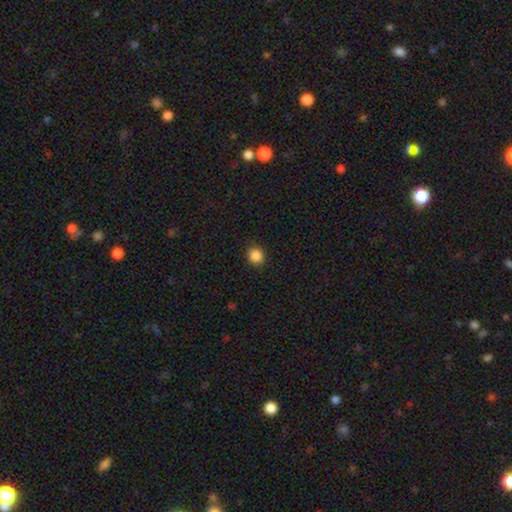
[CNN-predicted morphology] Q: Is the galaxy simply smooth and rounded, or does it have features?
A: smooth — 87%.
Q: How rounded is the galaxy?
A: round — 86%.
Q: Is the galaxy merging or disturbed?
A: none — 88%.